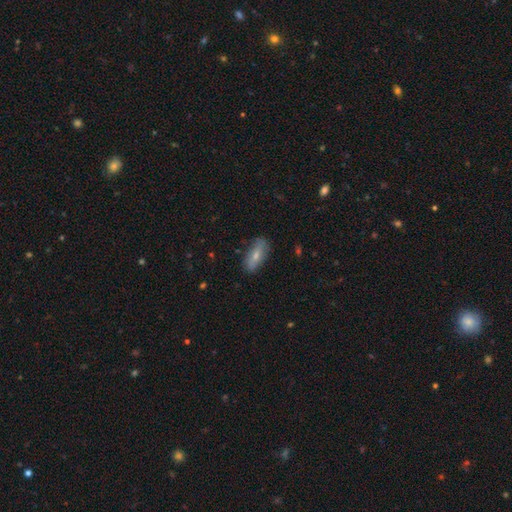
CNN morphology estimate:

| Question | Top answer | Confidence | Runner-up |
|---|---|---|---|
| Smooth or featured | smooth | 62% | featured or disk (31%) |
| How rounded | in between | 75% | cigar-shaped (22%) |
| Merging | none | 83% | minor disturbance (13%) |